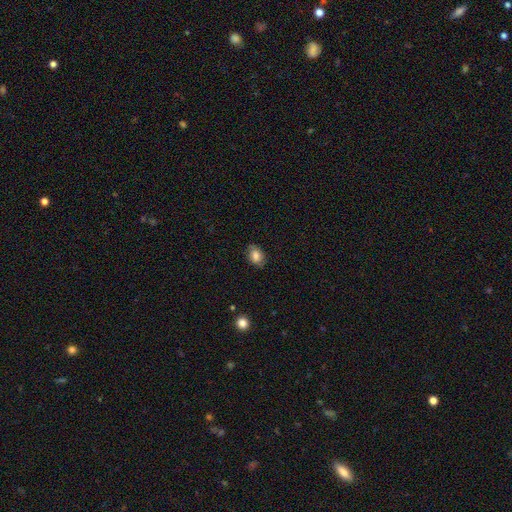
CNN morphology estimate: Smooth or featured? smooth (76%)
How rounded? in between (75%)
Merging? none (78%)